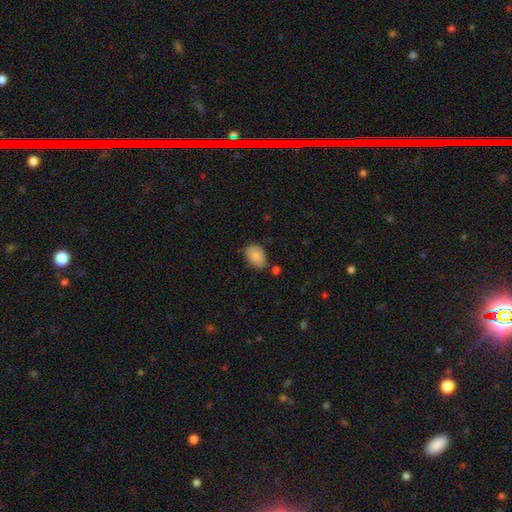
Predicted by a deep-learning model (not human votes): Morphology: type=smooth (86%); roundness=in between (88%); merging=none (71%).